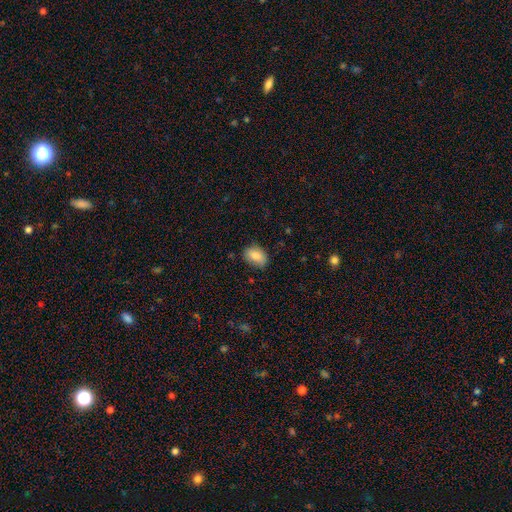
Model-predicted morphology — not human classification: Smooth or featured: smooth — 85% (star or artifact — 8%)
How rounded: in between — 85% (round — 13%)
Merging: none — 78% (minor disturbance — 18%)